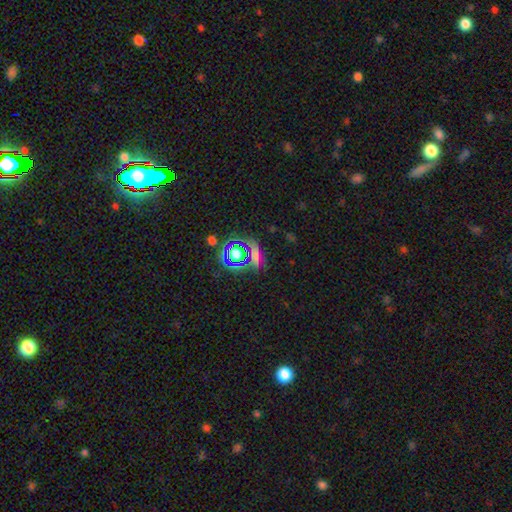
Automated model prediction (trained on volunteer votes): Smooth or featured?
  - star or artifact: 48% *
  - smooth: 38%
  - featured or disk: 14%